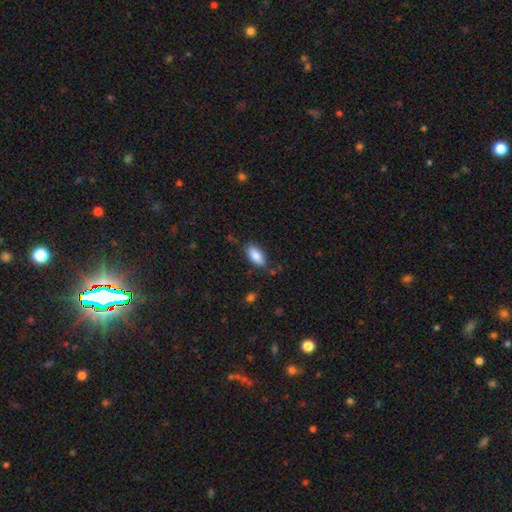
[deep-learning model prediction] smooth_or_featured: smooth (p=0.86) [alt: featured or disk p=0.07]
how_rounded: in between (p=0.89) [alt: cigar-shaped p=0.08]
merging: none (p=0.77) [alt: minor disturbance p=0.17]